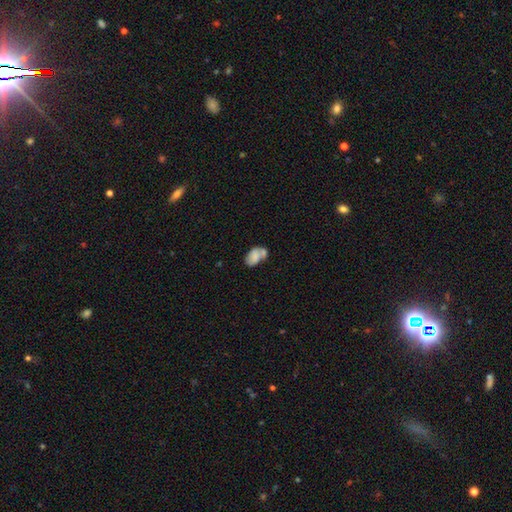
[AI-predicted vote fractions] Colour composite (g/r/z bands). It shows a smooth galaxy with no disk features (70%) that is in between round and cigar-shaped (88%). Merging: merger (42%).